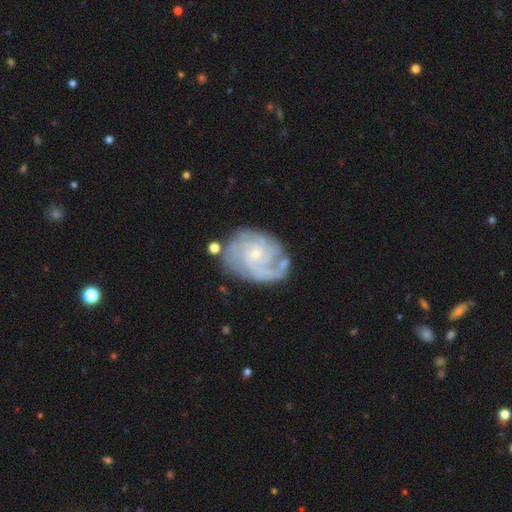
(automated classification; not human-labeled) featured or disk 84%, smooth 10%, star or artifact 6%. Down the decision tree: edge-on disk — no (98%); bar — no (70%); spiral arms — yes (96%); spiral arm count — can't tell (28%); spiral winding — tight (57%); bulge size — small (81%); merging — none (66%).